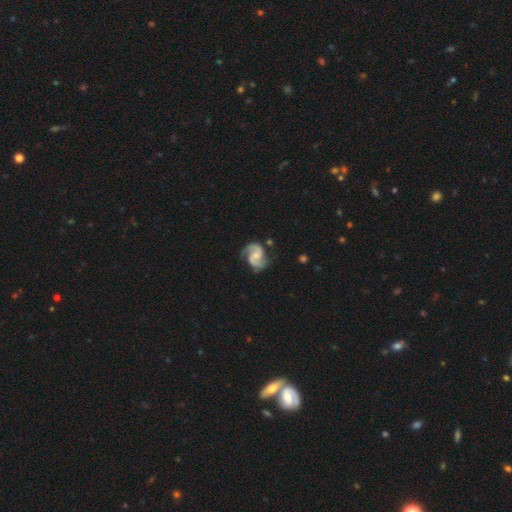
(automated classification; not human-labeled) smooth-or-featured: featured or disk: 90% | smooth: 5% | star or artifact: 4%
  disk-edge-on: no: 98% | yes: 2%
    bar: no: 44% (tied) | weak: 44% (tied) | strong: 12%
    has-spiral-arms: yes: 98% | no: 2%
      spiral-winding: medium: 58% | loose: 24% | tight: 19%
      spiral-arm-count: 2: 93% | can't tell: 2% | 1: 2% | 3: 1% | 4: 1% | more than 4: 1%
    bulge-size: small: 50% | moderate: 38% | none: 9% | large: 2% | dominant: 1%
  merging: none: 76% | minor disturbance: 16% | major disturbance: 6% | merger: 2%